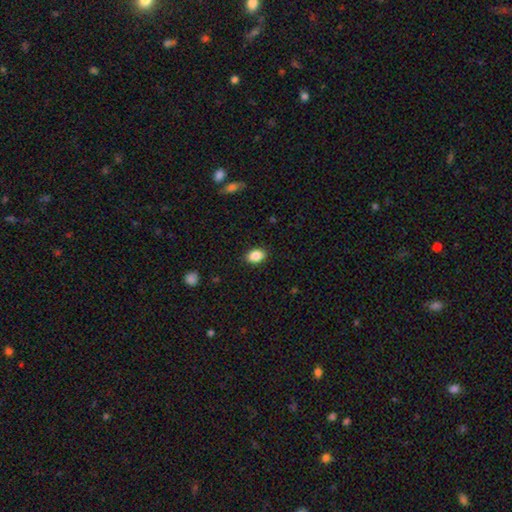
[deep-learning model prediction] Smooth or featured: smooth — 87% (star or artifact — 8%)
How rounded: in between — 82% (round — 17%)
Merging: none — 89% (minor disturbance — 8%)